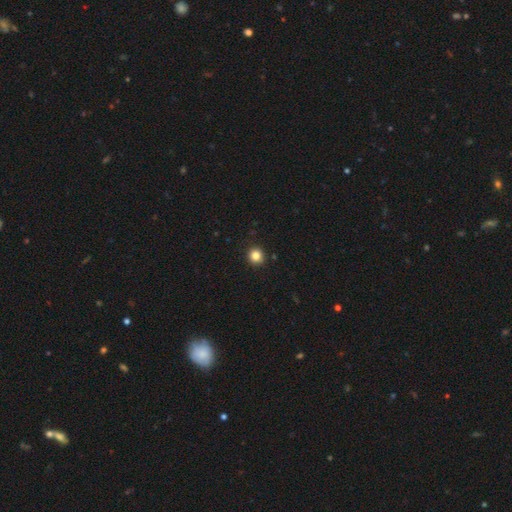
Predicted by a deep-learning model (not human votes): This appears to be a smooth galaxy with no disk features (84%) that is round (94%). Merging: none (92%).